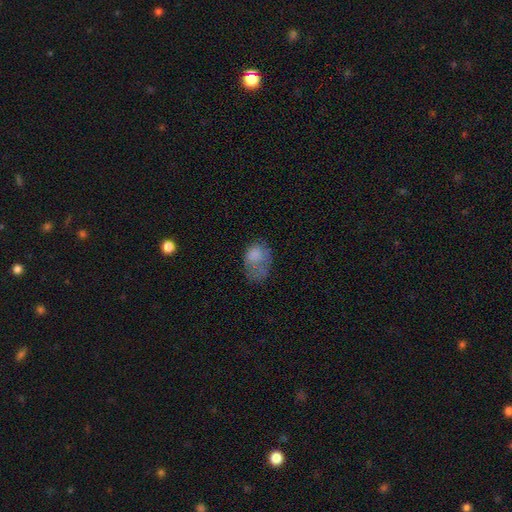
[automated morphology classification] smooth_or_featured: smooth (p=0.70) [alt: featured or disk p=0.19]
how_rounded: in between (p=0.80) [alt: round p=0.19]
merging: major disturbance (p=0.34) [alt: none p=0.32]